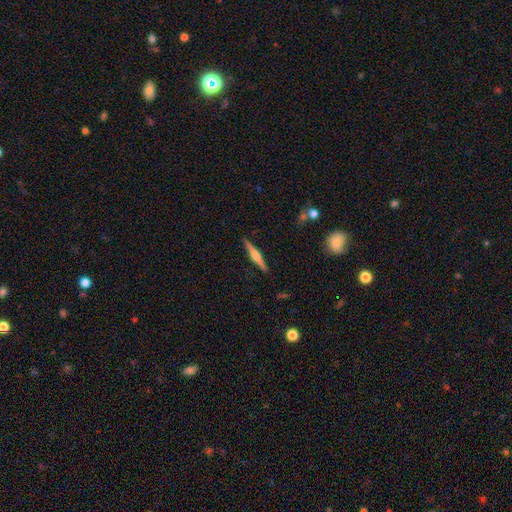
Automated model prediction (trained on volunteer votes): A featured or disk galaxy (68%) viewed edge-on (98%) with a rounded central bulge (76%). Merging: none (91%).